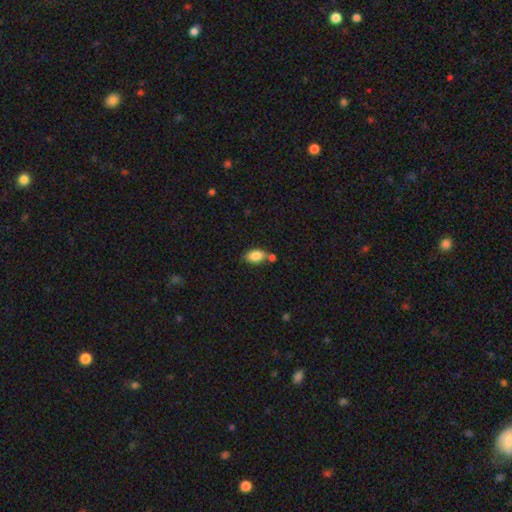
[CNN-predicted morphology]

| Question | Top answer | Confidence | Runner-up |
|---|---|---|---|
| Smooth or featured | smooth | 86% | star or artifact (8%) |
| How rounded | in between | 90% | round (8%) |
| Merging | none | 62% | merger (21%) |